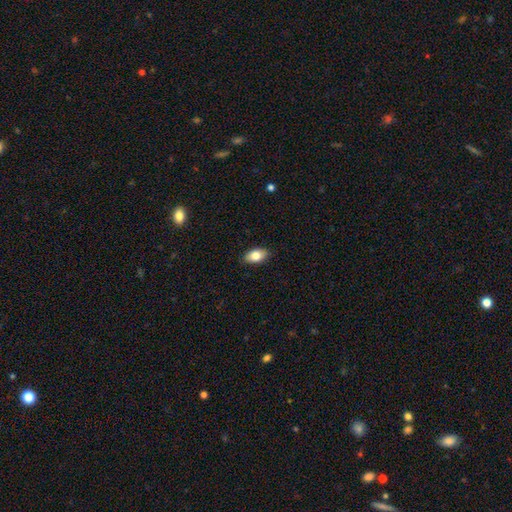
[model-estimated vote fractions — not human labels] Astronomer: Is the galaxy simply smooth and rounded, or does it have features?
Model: smooth — 81%.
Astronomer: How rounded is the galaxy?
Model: in between — 92%.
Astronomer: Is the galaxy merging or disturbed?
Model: none — 88%.